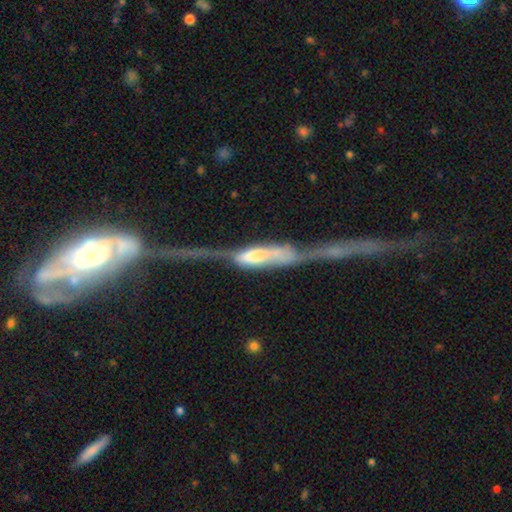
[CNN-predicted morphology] Smooth or featured: featured or disk — 63% (smooth — 29%)
Edge-on disk: yes — 66% (no — 34%)
Merging: merger — 34% (major disturbance — 33%)